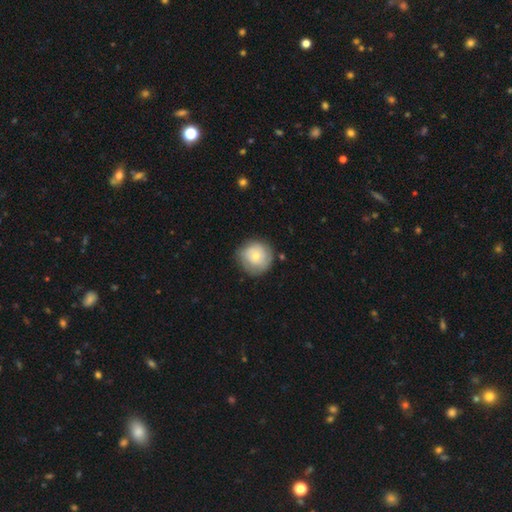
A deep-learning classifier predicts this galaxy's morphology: This appears to be a smooth galaxy with no disk features (61%) that is round (93%). Merging: none (78%).